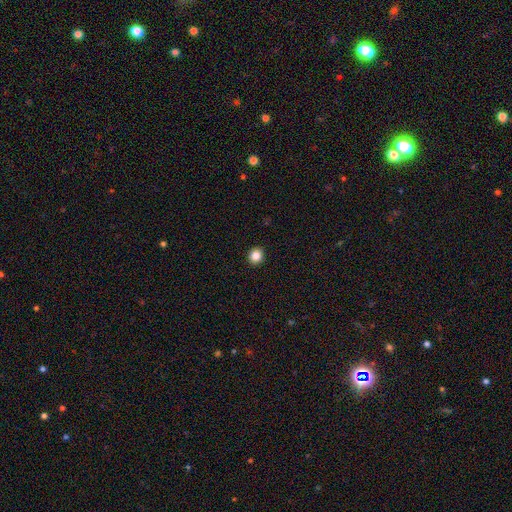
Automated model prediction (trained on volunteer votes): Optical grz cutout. It shows a smooth galaxy with no disk features (85%) that is round (84%). Merging: none (93%).